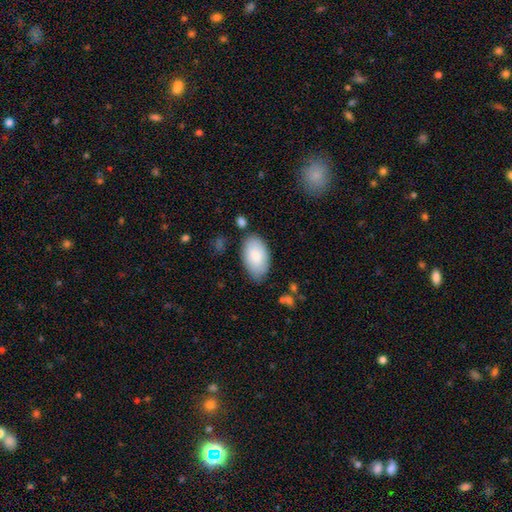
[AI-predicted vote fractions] Smooth or featured? smooth (85%)
How rounded? in between (96%)
Merging? none (77%)